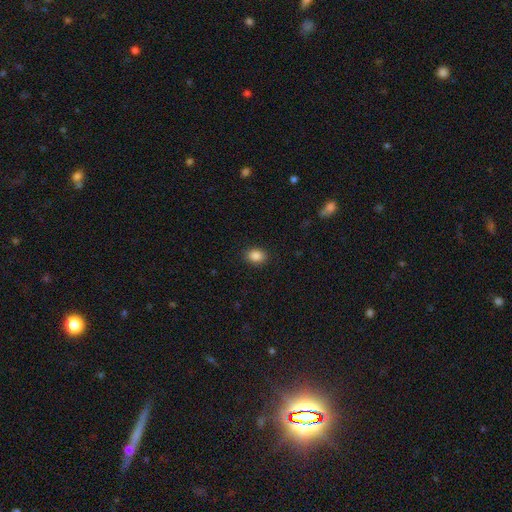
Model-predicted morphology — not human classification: The model was most divided on "how rounded": in between: 67%, round: 32%, cigar-shaped: 1%. More confident: merging — none (90%); smooth or featured — smooth (88%).